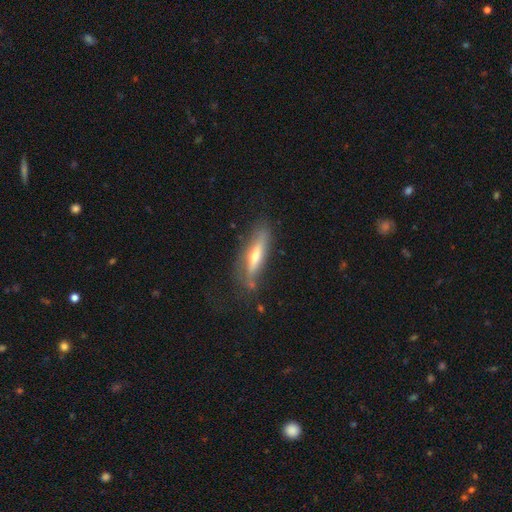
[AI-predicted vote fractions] featured or disk 49%, smooth 44%, star or artifact 7%. Down the decision tree: merging — none (68%).